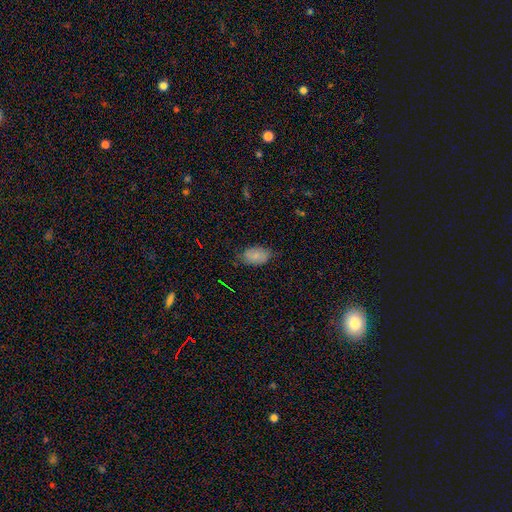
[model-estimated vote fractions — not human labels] Morphology: type=smooth (78%); roundness=in between (91%); merging=none (70%).